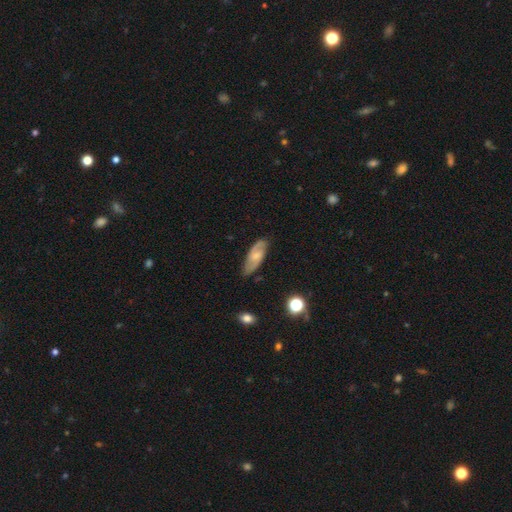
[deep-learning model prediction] Morphology: type=featured or disk (66%); edge-on=no (91%); bar=weak (46%); spiral arms=yes (91%); winding=medium (49%); arm count=2 (83%); bulge=small (53%); merging=none (78%).